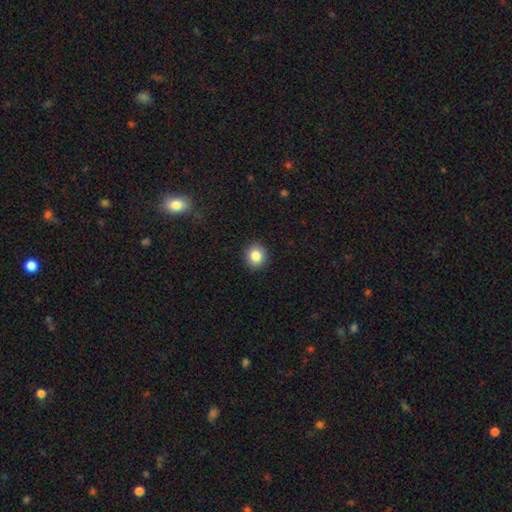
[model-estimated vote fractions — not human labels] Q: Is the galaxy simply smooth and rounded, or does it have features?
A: smooth — 84%.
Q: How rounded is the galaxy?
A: round — 84%.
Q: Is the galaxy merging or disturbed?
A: none — 92%.